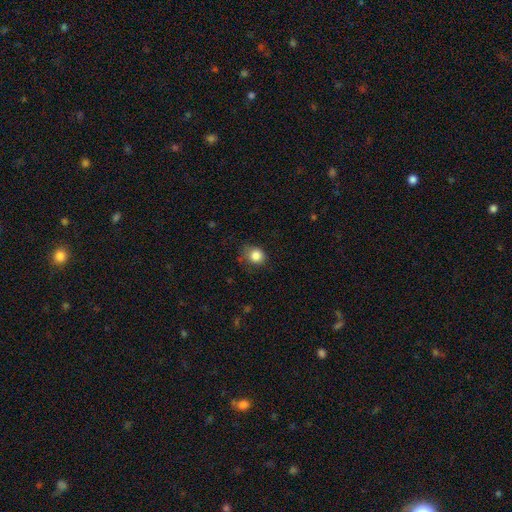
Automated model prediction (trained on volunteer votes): This appears to be a smooth galaxy with no disk features (84%) that is round (78%). Merging: none (67%).